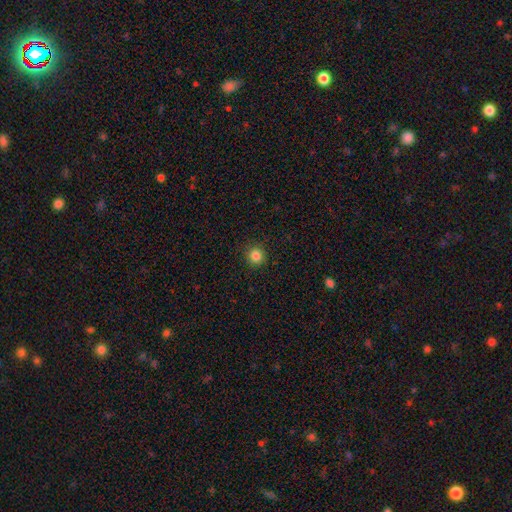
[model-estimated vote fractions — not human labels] This appears to be a smooth galaxy with no disk features (84%) that is round (93%). Merging: none (91%).